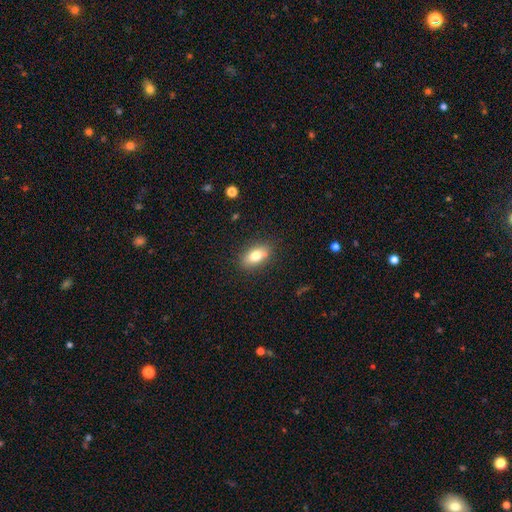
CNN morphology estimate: Smooth or featured?
  - smooth: 75% *
  - featured or disk: 16%
  - star or artifact: 9%
How rounded?
  - in between: 85% *
  - round: 9%
  - cigar-shaped: 6%
Merging?
  - none: 80% *
  - minor disturbance: 13%
  - merger: 4%
  - major disturbance: 3%